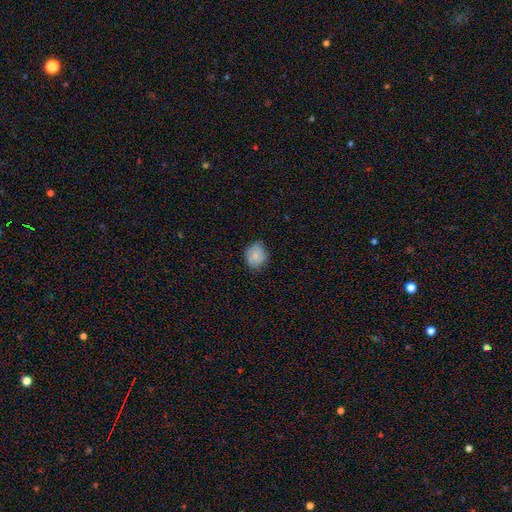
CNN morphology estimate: type=smooth (80%); roundness=round (70%); merging=none (79%).